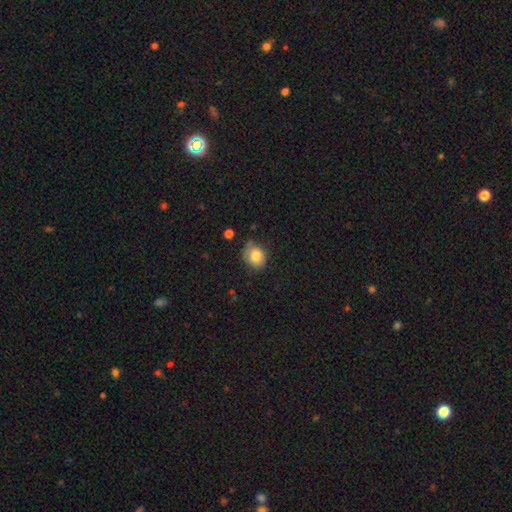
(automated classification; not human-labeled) Smooth or featured: smooth — 81% (featured or disk — 10%)
How rounded: round — 67% (in between — 32%)
Merging: none — 69% (minor disturbance — 23%)